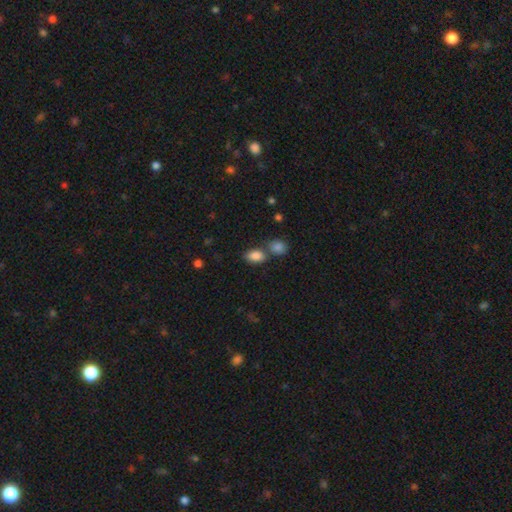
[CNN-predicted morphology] smooth-or-featured: smooth: 86% | star or artifact: 9% | featured or disk: 5%
  how-rounded: in between: 87% | round: 11% | cigar-shaped: 2%
  merging: none: 53% | merger: 32% | minor disturbance: 11% | major disturbance: 4%